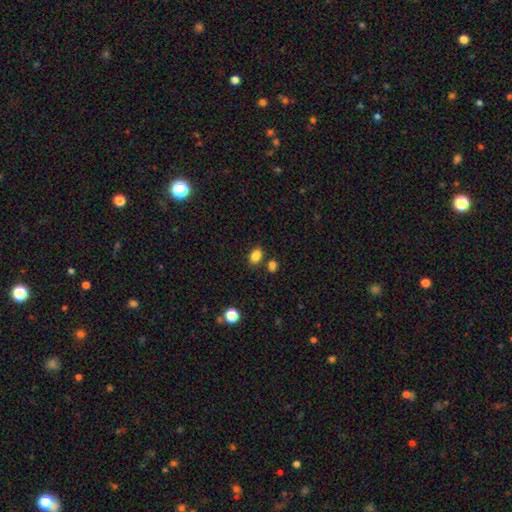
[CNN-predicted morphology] A smooth galaxy with no disk features (84%) that is in between round and cigar-shaped (80%).

Vote fractions:
- Smooth or featured? smooth: 84% / star or artifact: 11% / featured or disk: 5%
- How rounded? in between: 80% / round: 19% / cigar-shaped: 1%
- Merging? none: 75% / minor disturbance: 12% / merger: 9% / major disturbance: 3%